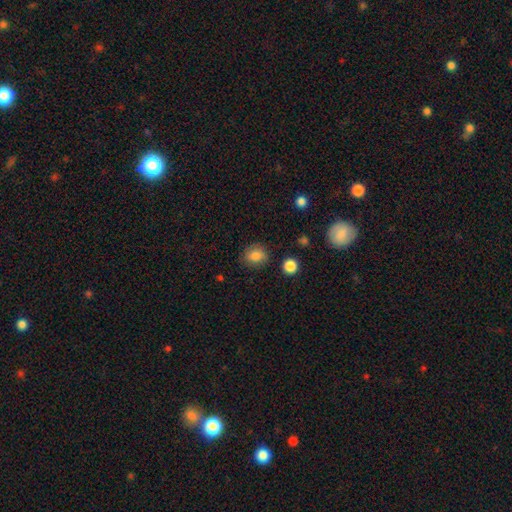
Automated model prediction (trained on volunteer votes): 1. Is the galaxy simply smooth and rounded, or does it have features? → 82% smooth, 10% star or artifact, 8% featured or disk.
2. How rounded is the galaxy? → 66% round, 33% in between, 1% cigar-shaped.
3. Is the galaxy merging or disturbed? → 81% none, 14% minor disturbance, 4% major disturbance, 2% merger.